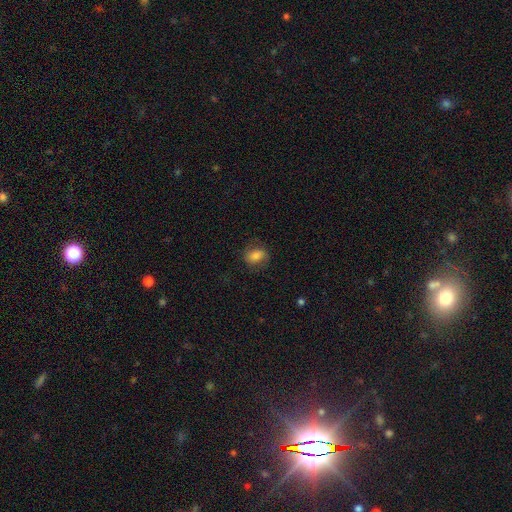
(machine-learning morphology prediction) smooth 75%, featured or disk 15%, star or artifact 10%. Down the decision tree: how rounded — in between (59%); merging — none (75%).